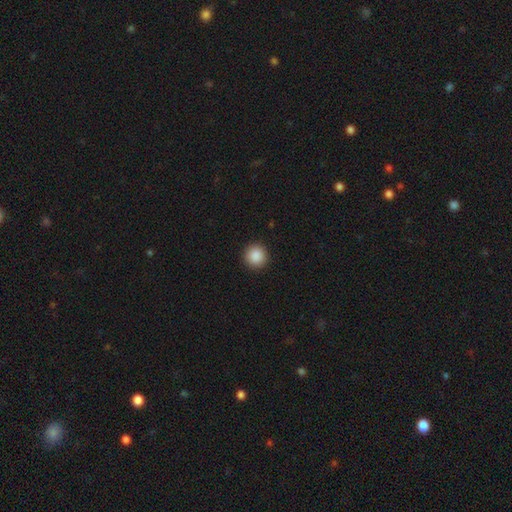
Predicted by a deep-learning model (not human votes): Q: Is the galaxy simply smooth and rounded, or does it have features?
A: smooth — 89%.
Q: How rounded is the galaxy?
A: round — 95%.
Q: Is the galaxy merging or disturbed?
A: none — 93%.